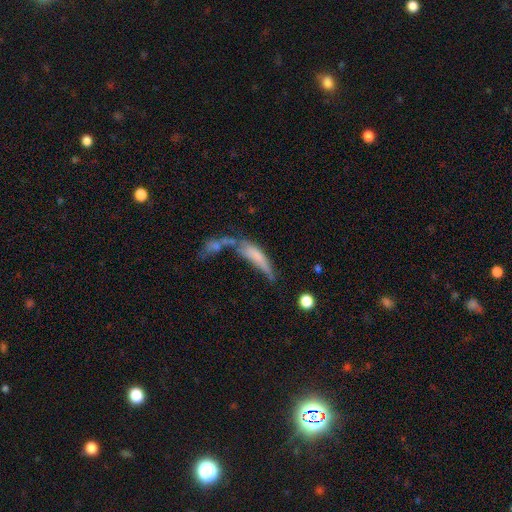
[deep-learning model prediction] The model was most divided on "merging": merger: 44%, major disturbance: 22%, none: 19%, minor disturbance: 15%. More confident: how rounded — cigar-shaped (64%); smooth or featured — smooth (57%).